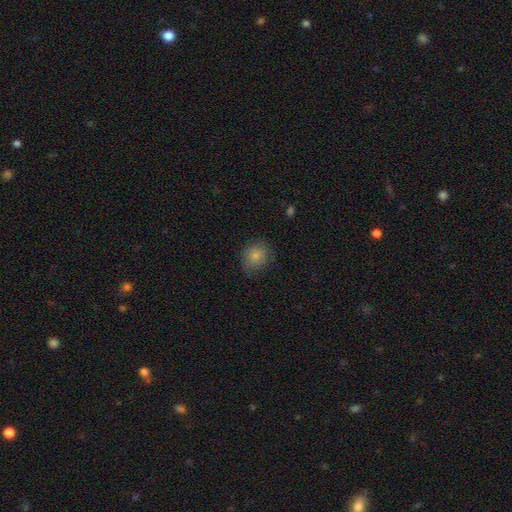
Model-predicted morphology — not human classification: smooth-or-featured: smooth: 81% | featured or disk: 10% | star or artifact: 9%
  how-rounded: round: 71% | in between: 28% | cigar-shaped: 1%
  merging: none: 70% | minor disturbance: 22% | major disturbance: 7% | merger: 1%